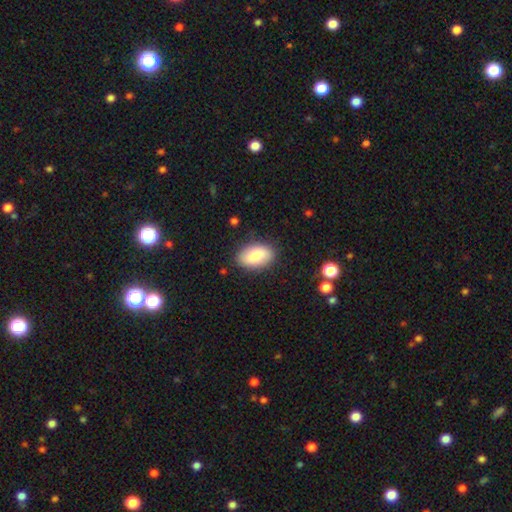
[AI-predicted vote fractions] Overall: smooth (76%). How rounded: in between (91%). Merging: none (85%).